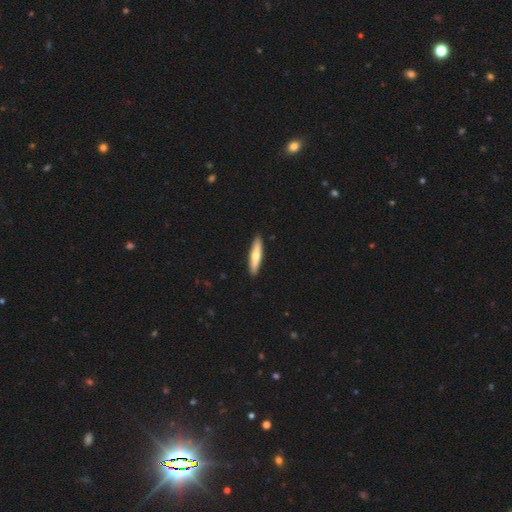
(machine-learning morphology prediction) Smooth or featured?
  - smooth: 56% *
  - featured or disk: 39%
  - star or artifact: 5%
How rounded?
  - cigar-shaped: 84% *
  - in between: 14%
  - round: 2%
Merging?
  - none: 91% *
  - minor disturbance: 6%
  - major disturbance: 1%
  - merger: 1%